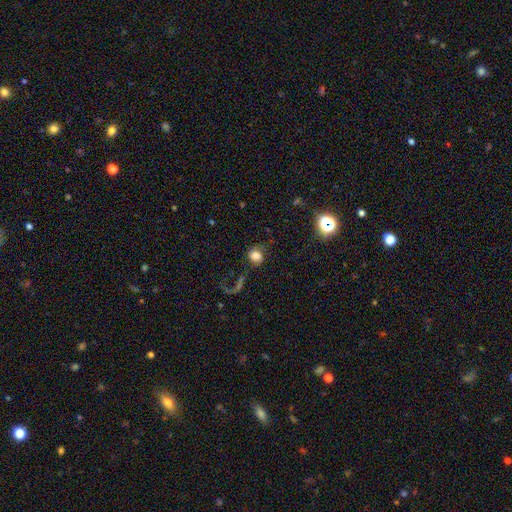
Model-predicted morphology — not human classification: Overall: smooth (70%). How rounded: round (77%). Merging: none (58%; major disturbance 21%).